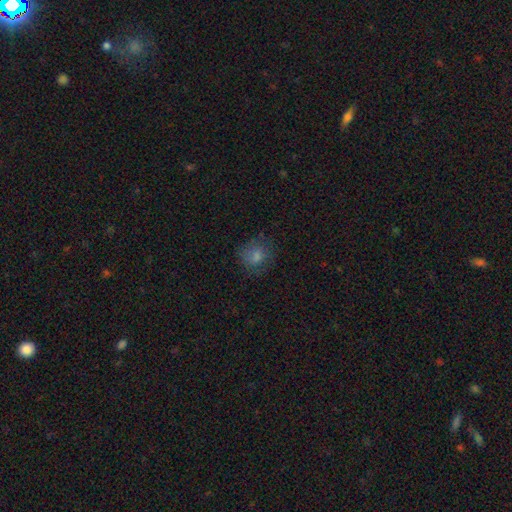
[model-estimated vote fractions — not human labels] Overall: smooth (75%). How rounded: round (74%). Merging: none (68%).